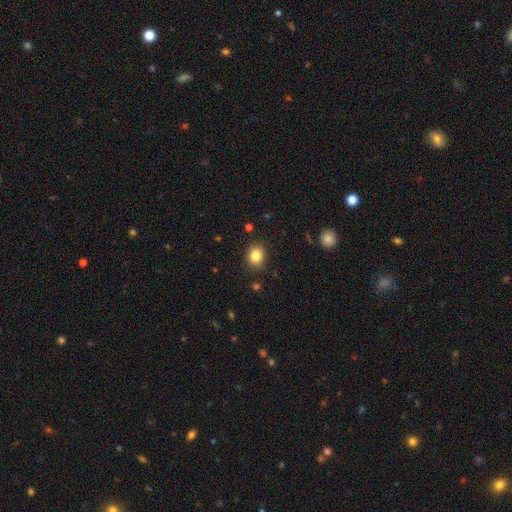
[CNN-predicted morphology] smooth 84%, star or artifact 11%, featured or disk 6%. Down the decision tree: how rounded — round (65%); merging — none (87%).